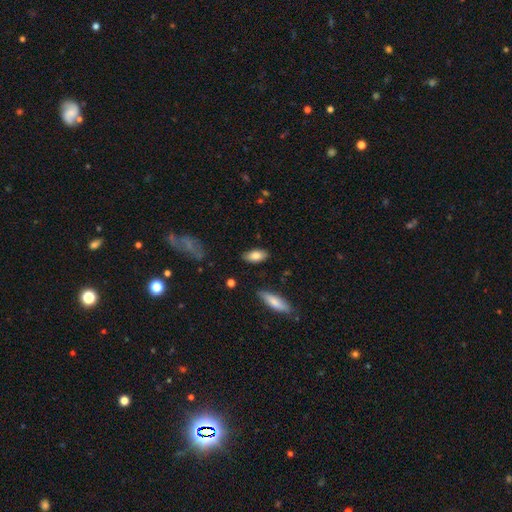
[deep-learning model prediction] Smooth or featured: smooth — 82% (featured or disk — 11%)
How rounded: in between — 89% (cigar-shaped — 8%)
Merging: none — 84% (minor disturbance — 11%)